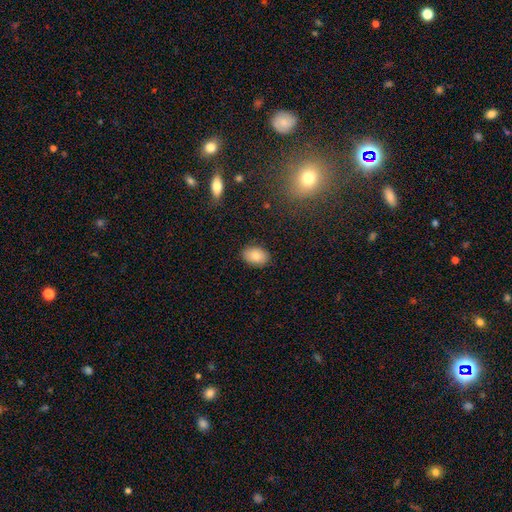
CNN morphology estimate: type=smooth (83%); roundness=in between (87%); merging=none (87%).